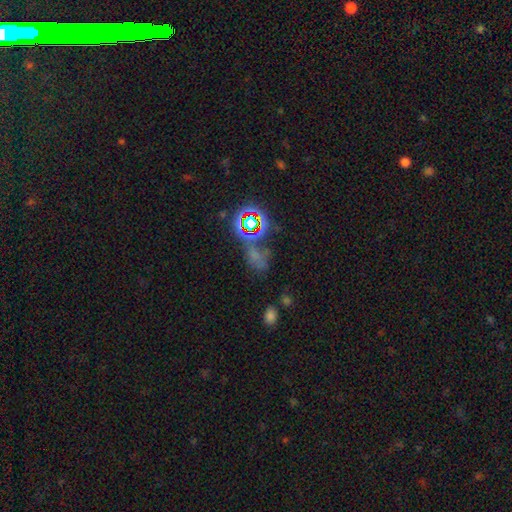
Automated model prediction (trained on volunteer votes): The model was most divided on "smooth or featured": star or artifact: 48%, smooth: 40%, featured or disk: 12%.